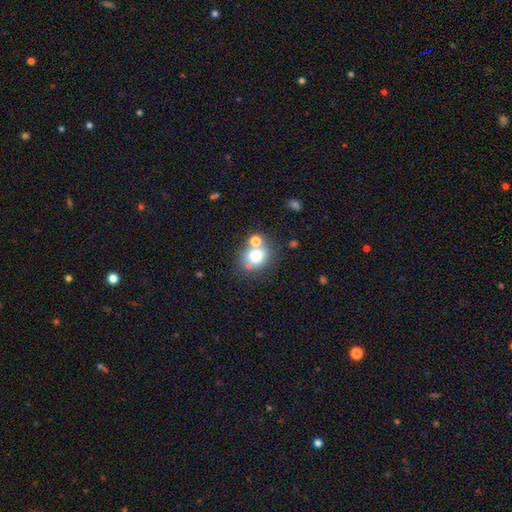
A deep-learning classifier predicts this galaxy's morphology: This appears to be a smooth galaxy with no disk features (73%) that is round (70%). Merging: none (57%).